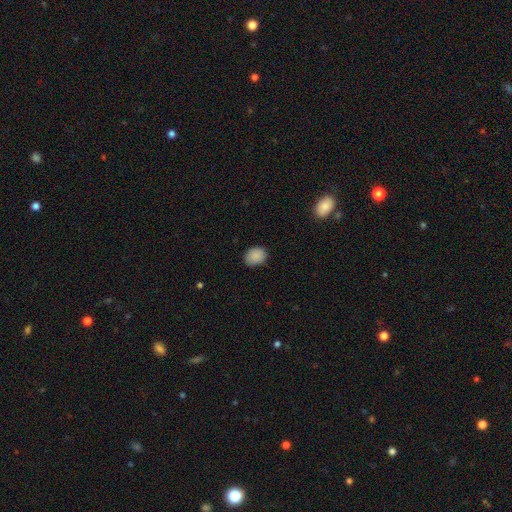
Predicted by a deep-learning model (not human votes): smooth_or_featured: smooth (p=0.88) [alt: star or artifact p=0.08]
how_rounded: in between (p=0.56) [alt: round p=0.43]
merging: none (p=0.84) [alt: minor disturbance p=0.12]